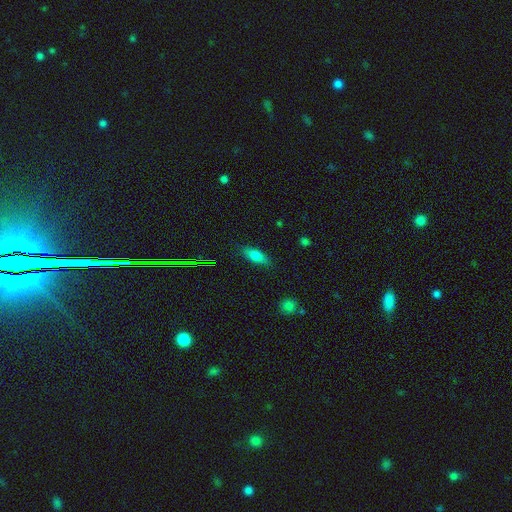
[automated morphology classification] type=smooth (71%); roundness=in between (74%); merging=none (83%).